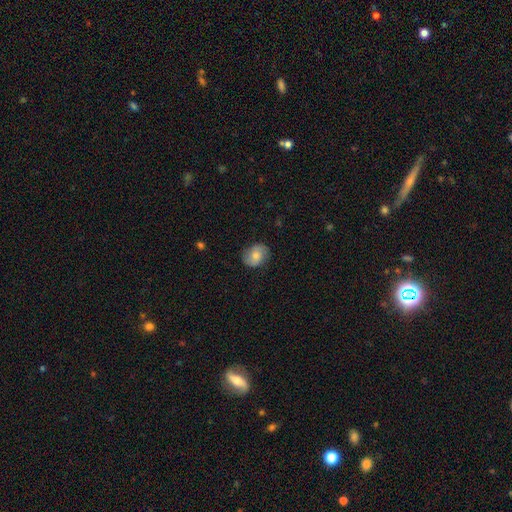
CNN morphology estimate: Smooth or featured?
  - smooth: 58% *
  - featured or disk: 34%
  - star or artifact: 8%
How rounded?
  - round: 51% *
  - in between: 48%
  - cigar-shaped: 1%
Merging?
  - none: 80% *
  - minor disturbance: 15%
  - major disturbance: 4%
  - merger: 1%